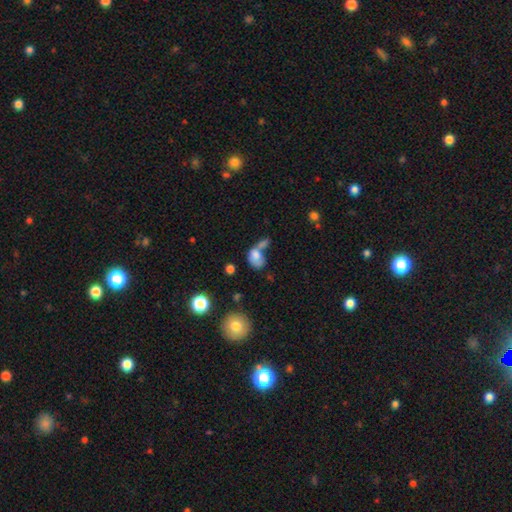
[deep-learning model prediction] This appears to be a smooth galaxy with no disk features (73%) that is in between round and cigar-shaped (70%). Merging: merger (53%).